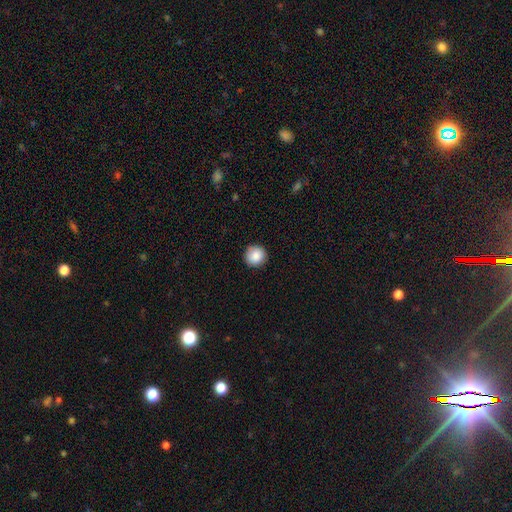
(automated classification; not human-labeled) Smooth or featured? smooth (87%)
How rounded? round (95%)
Merging? none (91%)